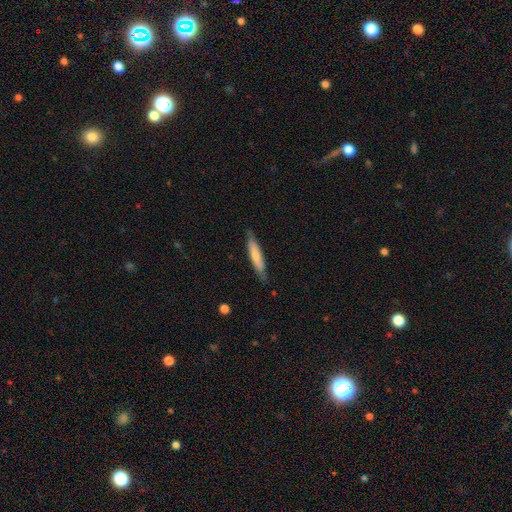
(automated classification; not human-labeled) smooth_or_featured: smooth (p=0.68) [alt: featured or disk p=0.27]
how_rounded: cigar-shaped (p=0.86) [alt: in between p=0.13]
merging: none (p=0.81) [alt: minor disturbance p=0.15]